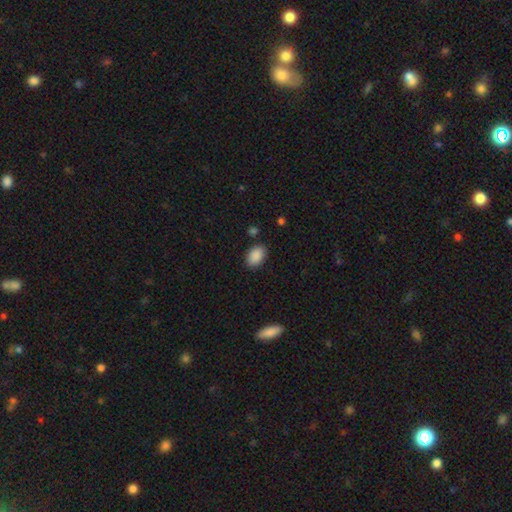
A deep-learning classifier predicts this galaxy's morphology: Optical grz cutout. It shows a smooth galaxy with no disk features (89%) that is in between round and cigar-shaped (85%). Merging: none (84%).